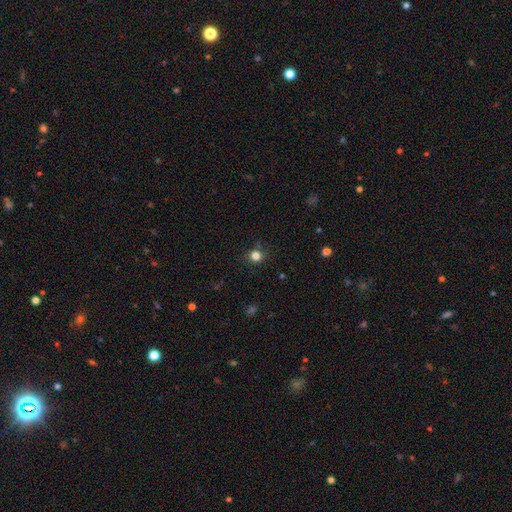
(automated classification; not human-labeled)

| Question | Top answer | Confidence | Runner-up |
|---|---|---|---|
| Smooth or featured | smooth | 80% | star or artifact (16%) |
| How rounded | round | 85% | in between (14%) |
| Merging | none | 83% | minor disturbance (12%) |